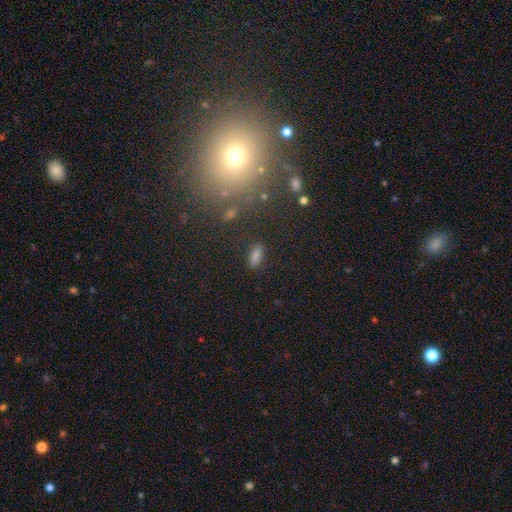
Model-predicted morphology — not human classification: Smooth or featured: smooth — 62% (star or artifact — 25%)
How rounded: in between — 66% (cigar-shaped — 18%)
Merging: none — 82% (minor disturbance — 10%)